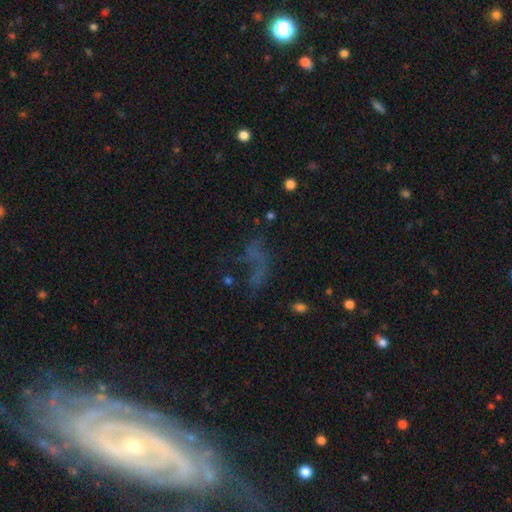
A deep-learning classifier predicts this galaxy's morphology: Q: Smooth or featured?
A: smooth (34%); runner-up: star or artifact (33%)
Q: Merging?
A: major disturbance (39%); runner-up: none (38%)